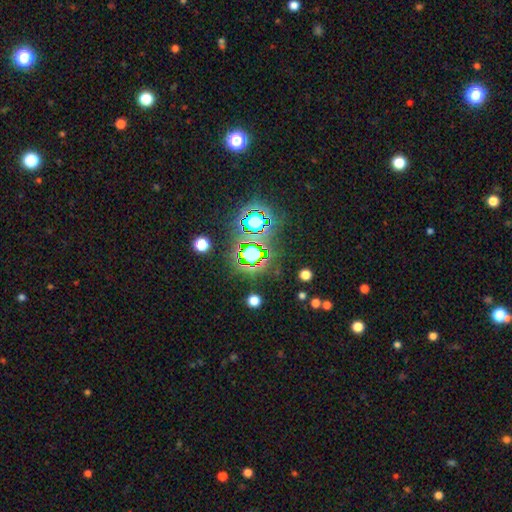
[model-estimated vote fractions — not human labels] This appears to be a star or artifact, not a galaxy (72%).